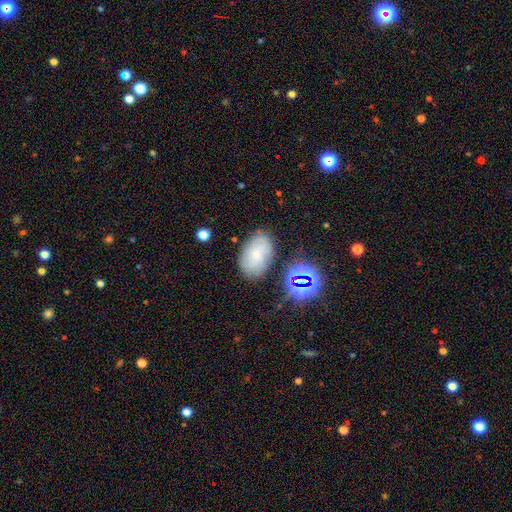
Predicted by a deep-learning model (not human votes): A smooth galaxy with no disk features (58%) that is in between round and cigar-shaped (90%).

Vote fractions:
- Smooth or featured? smooth: 58% / featured or disk: 27% / star or artifact: 15%
- How rounded? in between: 90% / round: 9% / cigar-shaped: 1%
- Merging? none: 75% / minor disturbance: 16% / major disturbance: 5% / merger: 4%